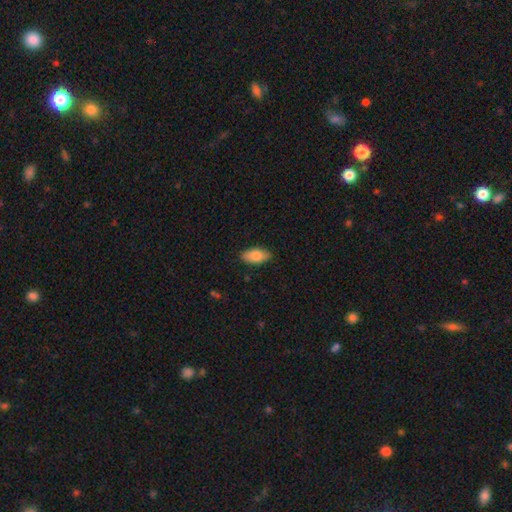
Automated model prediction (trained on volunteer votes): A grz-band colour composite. It shows a smooth galaxy with no disk features (83%) that is in between round and cigar-shaped (92%). Merging: none (87%).